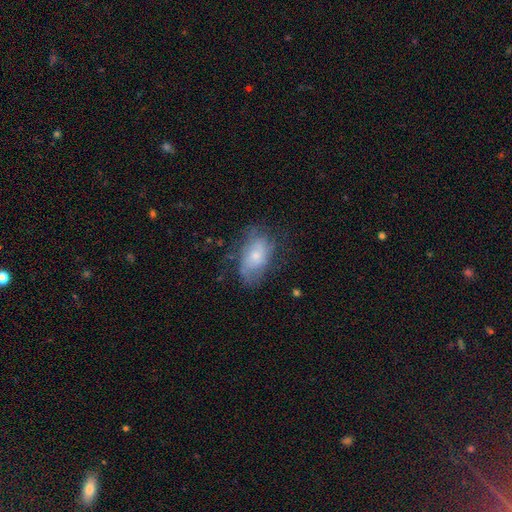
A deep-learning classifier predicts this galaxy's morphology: This is possibly a smooth galaxy (47%). Merging: possibly none (55%).